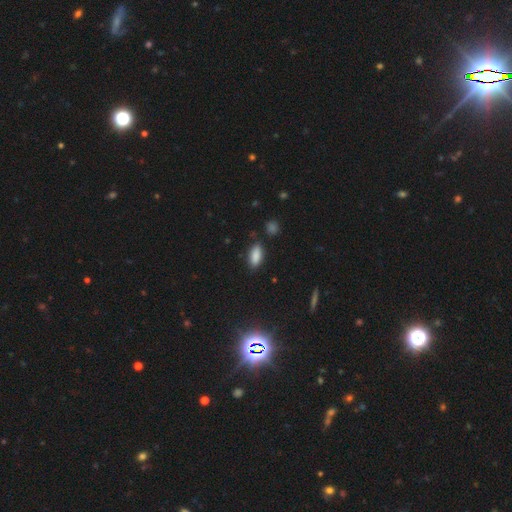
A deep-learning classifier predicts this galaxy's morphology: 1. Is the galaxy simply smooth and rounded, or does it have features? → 86% smooth, 9% star or artifact, 6% featured or disk.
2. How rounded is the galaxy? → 83% in between, 15% cigar-shaped, 3% round.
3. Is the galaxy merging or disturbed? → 83% none, 12% minor disturbance, 3% major disturbance, 2% merger.